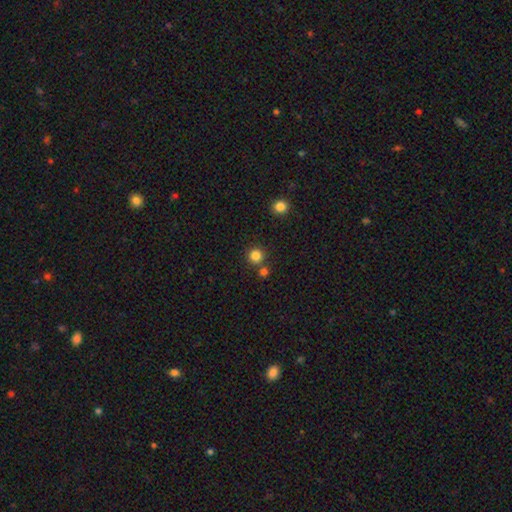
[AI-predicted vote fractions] Q: Smooth or featured?
A: smooth (83%); runner-up: star or artifact (13%)
Q: How rounded?
A: round (94%); runner-up: in between (5%)
Q: Merging?
A: none (79%); runner-up: merger (13%)